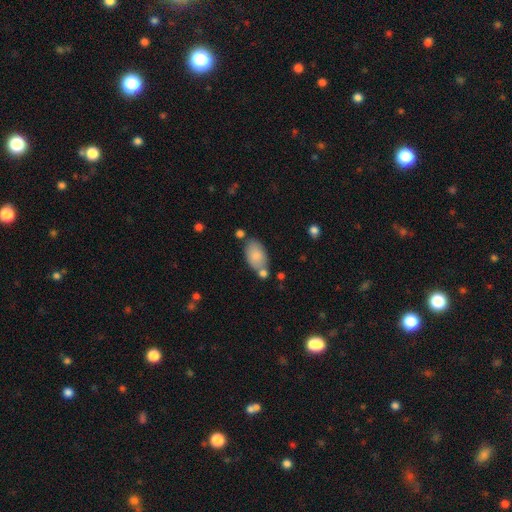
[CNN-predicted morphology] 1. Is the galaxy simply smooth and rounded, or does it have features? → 82% smooth, 11% featured or disk, 7% star or artifact.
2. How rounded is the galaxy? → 93% in between, 5% round, 2% cigar-shaped.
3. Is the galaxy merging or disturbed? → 64% none, 17% minor disturbance, 15% merger, 4% major disturbance.